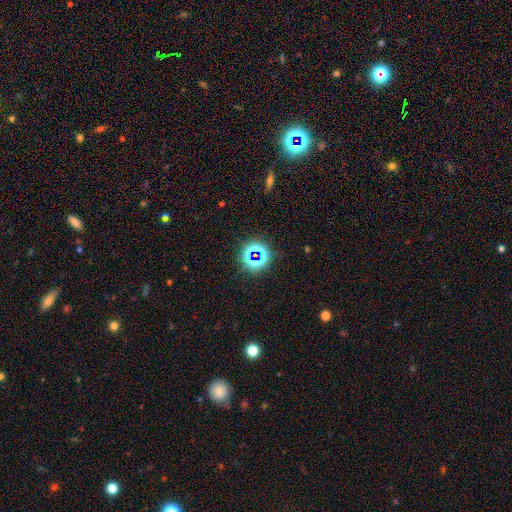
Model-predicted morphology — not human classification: A star or artifact, not a galaxy (69%).

Vote fractions:
- Smooth or featured? star or artifact: 69% / smooth: 21% / featured or disk: 10%